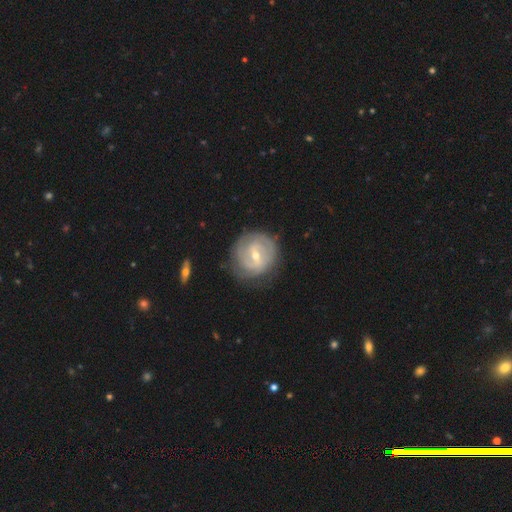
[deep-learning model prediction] Smooth or featured?
  - featured or disk: 76% *
  - smooth: 18%
  - star or artifact: 6%
Edge-on disk?
  - no: 97% *
  - yes: 3%
Bar?
  - weak: 52% *
  - no: 25%
  - strong: 23%
Spiral arms?
  - yes: 85% *
  - no: 15%
Spiral winding?
  - tight: 65% *
  - medium: 26%
  - loose: 9%
Spiral arm count?
  - can't tell: 39% *
  - 2: 37%
  - 3: 12%
  - 4: 5%
  - 1: 4%
  - more than 4: 3%
Bulge size?
  - small: 51% *
  - moderate: 46%
  - large: 1%
  - none: 1%
  - dominant: 1%
Merging?
  - none: 77% *
  - minor disturbance: 16%
  - major disturbance: 6%
  - merger: 1%